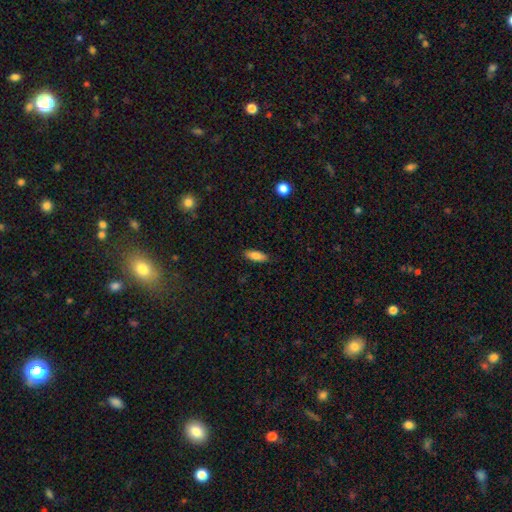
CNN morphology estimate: Smooth or featured? smooth (84%)
How rounded? in between (69%)
Merging? none (87%)